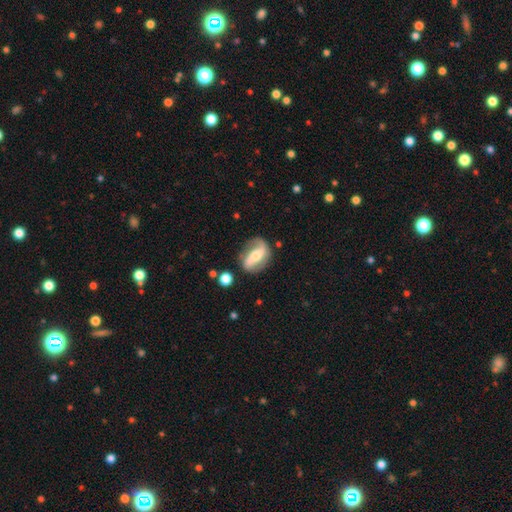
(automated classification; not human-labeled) This is likely a featured or disk galaxy (73%). It is clearly not viewed edge-on (93%). Bar: possibly strong (50%). Spiral arm pattern: clearly yes (84%). Spiral arm count: clearly 2 (86%). Spiral winding: possibly loose (52%). Central bulge: possibly moderate (55%). Merging: likely none (75%).